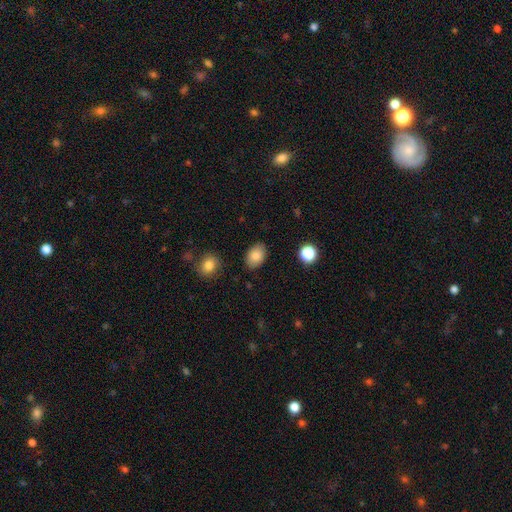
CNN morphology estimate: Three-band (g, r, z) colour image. It shows a smooth galaxy with no disk features (85%) that is in between round and cigar-shaped (85%). Merging: none (86%).